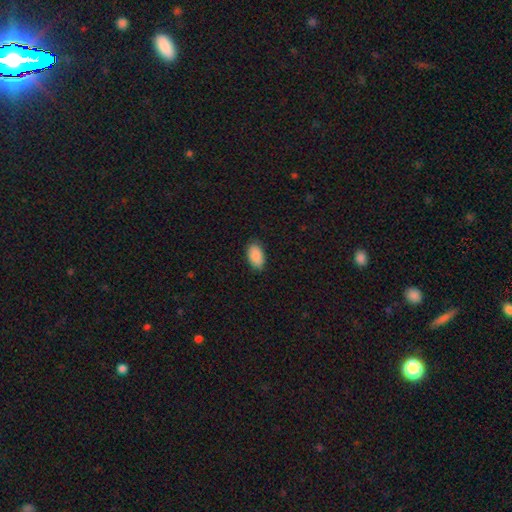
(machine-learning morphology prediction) A smooth galaxy with no disk features (90%) that is in between round and cigar-shaped (94%).

Vote fractions:
- Smooth or featured? smooth: 90% / star or artifact: 6% / featured or disk: 4%
- How rounded? in between: 94% / round: 4% / cigar-shaped: 2%
- Merging? none: 85% / minor disturbance: 12% / major disturbance: 2% / merger: 1%